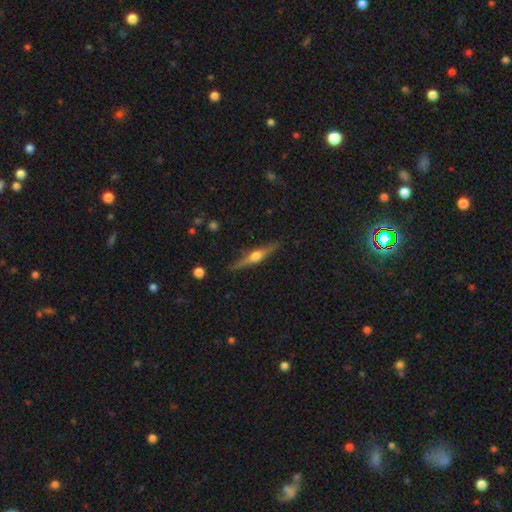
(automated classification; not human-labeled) The model was most divided on "smooth or featured": featured or disk: 73%, smooth: 20%, star or artifact: 6%. More confident: edge-on disk — yes (97%); edge-on bulge — rounded (92%); merging — none (88%).